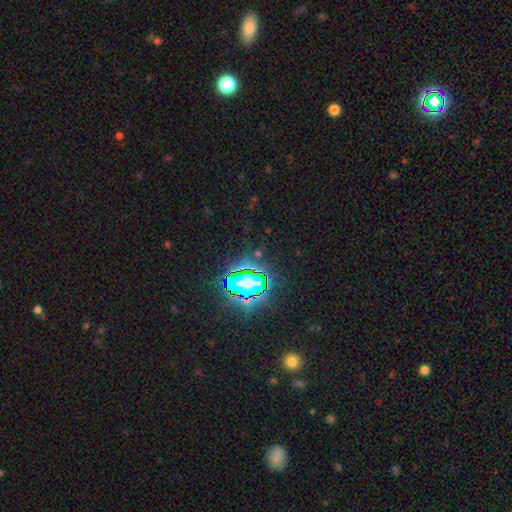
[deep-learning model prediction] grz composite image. It shows a star or artifact, not a galaxy (65%).